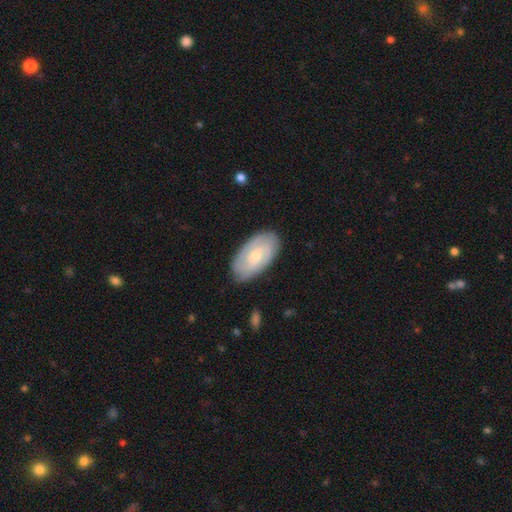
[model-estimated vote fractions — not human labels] Smooth or featured?
  - featured or disk: 53% *
  - smooth: 41%
  - star or artifact: 6%
Edge-on disk?
  - no: 93% *
  - yes: 7%
Merging?
  - none: 83% *
  - minor disturbance: 13%
  - major disturbance: 3%
  - merger: 1%